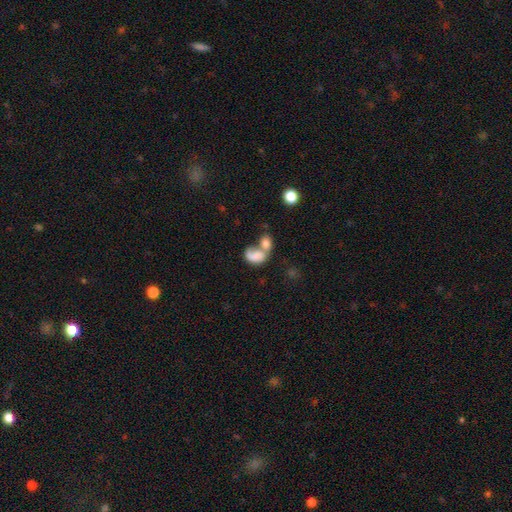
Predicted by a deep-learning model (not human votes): Smooth or featured? smooth (68%)
How rounded? in between (76%)
Merging? merger (67%)